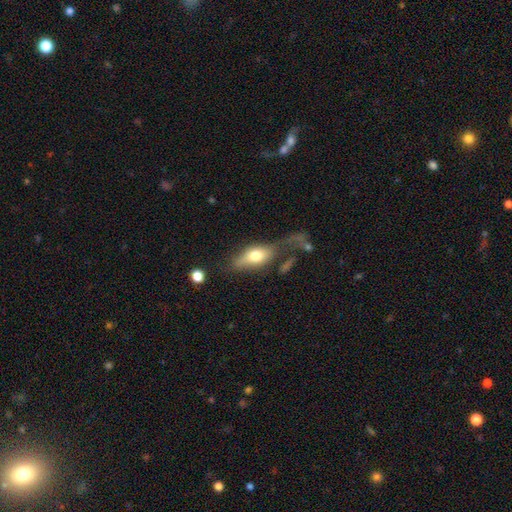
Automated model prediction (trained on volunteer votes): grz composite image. It shows a smooth galaxy with no disk features (60%) that is in between round and cigar-shaped (79%). Merging: major disturbance (35%).